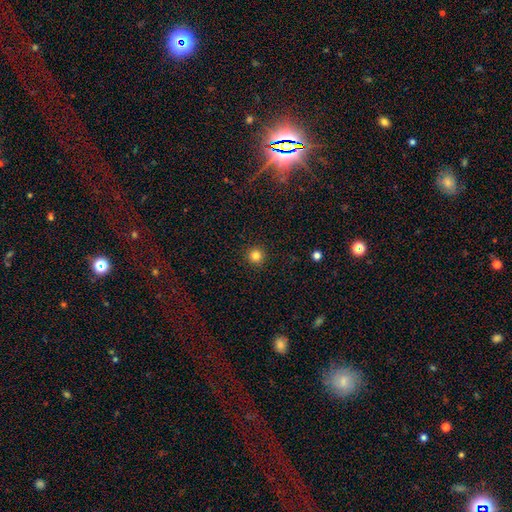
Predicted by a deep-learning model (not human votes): Overall: smooth (83%). How rounded: round (96%). Merging: none (93%).